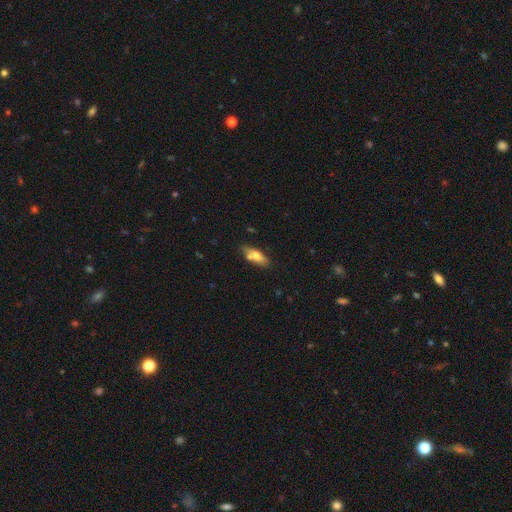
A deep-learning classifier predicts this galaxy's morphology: smooth_or_featured: smooth (p=0.66) [alt: featured or disk p=0.27]
how_rounded: in between (p=0.69) [alt: cigar-shaped p=0.28]
merging: none (p=0.66) [alt: minor disturbance p=0.17]